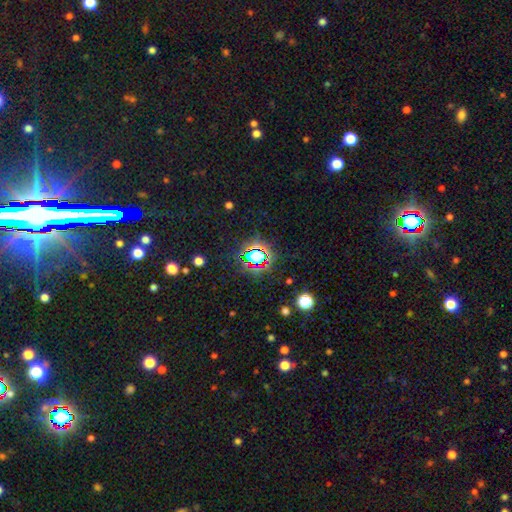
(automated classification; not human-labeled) Smooth or featured? Predicted: star or artifact (p=0.68).